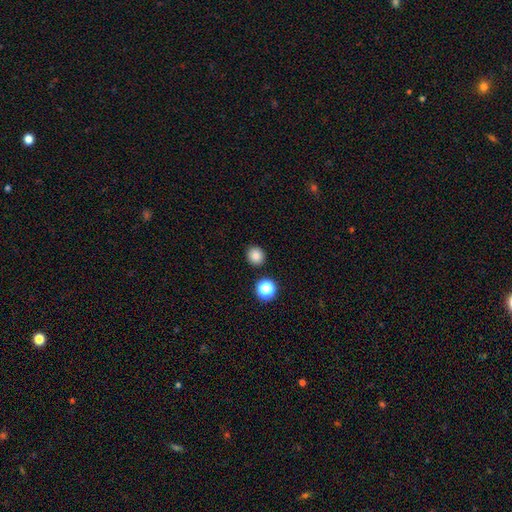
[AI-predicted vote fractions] Smooth or featured?
  - smooth: 83% *
  - star or artifact: 12%
  - featured or disk: 5%
How rounded?
  - round: 89% *
  - in between: 10%
  - cigar-shaped: 1%
Merging?
  - none: 90% *
  - minor disturbance: 6%
  - merger: 3%
  - major disturbance: 2%